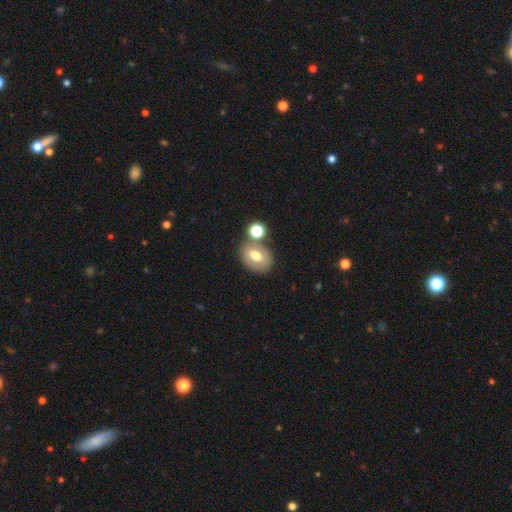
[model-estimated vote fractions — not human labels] Overall: smooth (64%; featured or disk 26%). How rounded: in between (67%; round 32%). Merging: none (61%).